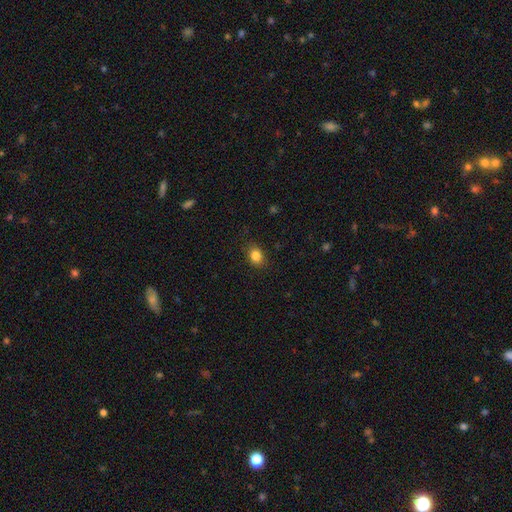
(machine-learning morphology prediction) A smooth galaxy with no disk features (85%) that is in between round and cigar-shaped (61%).

Vote fractions:
- Smooth or featured? smooth: 85% / star or artifact: 10% / featured or disk: 5%
- How rounded? in between: 61% / round: 38% / cigar-shaped: 1%
- Merging? none: 85% / minor disturbance: 11% / major disturbance: 3% / merger: 1%